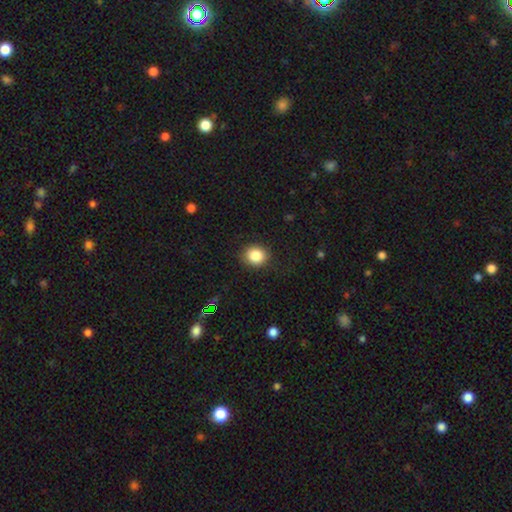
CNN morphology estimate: smooth 85%, star or artifact 10%, featured or disk 5%. Down the decision tree: how rounded — round (77%); merging — none (88%).